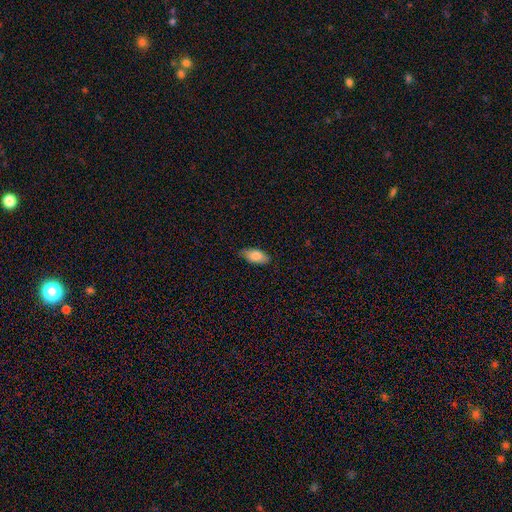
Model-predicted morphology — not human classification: A smooth galaxy with no disk features (82%) that is in between round and cigar-shaped (90%). Merging: none (80%).